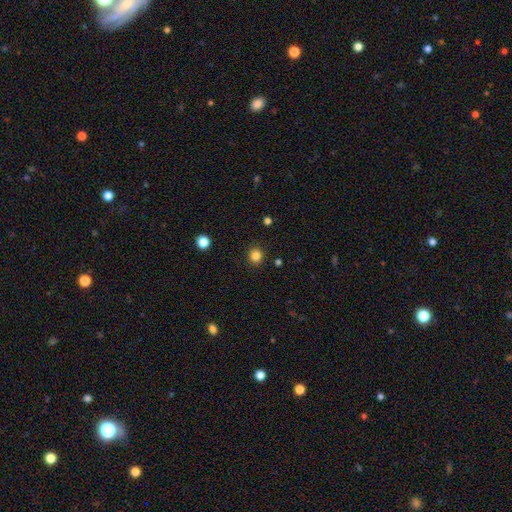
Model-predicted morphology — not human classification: smooth-or-featured: smooth: 83% | star or artifact: 13% | featured or disk: 4%
  how-rounded: round: 89% | in between: 10% | cigar-shaped: 1%
  merging: none: 91% | minor disturbance: 6% | major disturbance: 2% | merger: 1%